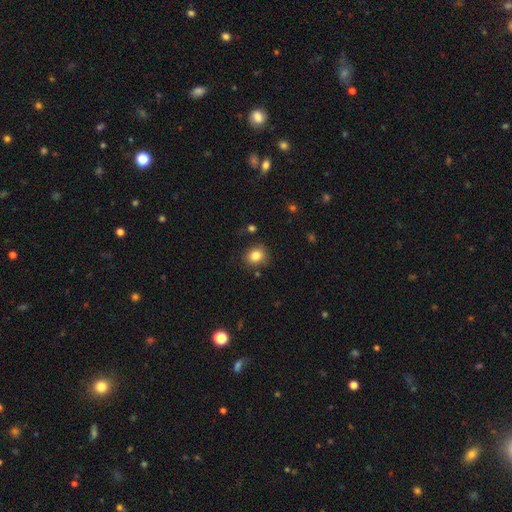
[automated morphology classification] smooth_or_featured: smooth (p=0.82) [alt: star or artifact p=0.11]
how_rounded: round (p=0.71) [alt: in between p=0.29]
merging: none (p=0.82) [alt: minor disturbance p=0.12]